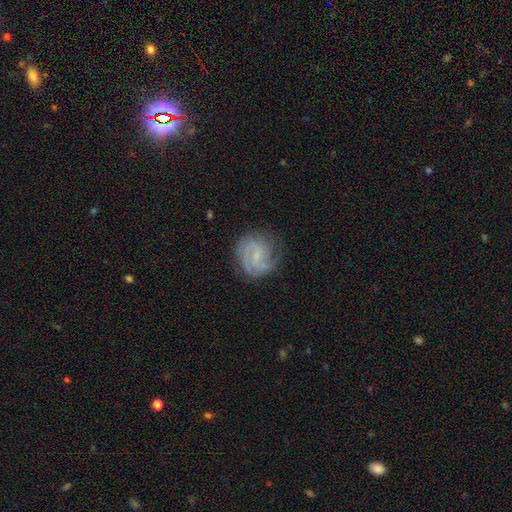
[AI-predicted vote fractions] smooth-or-featured: featured or disk: 73% | smooth: 20% | star or artifact: 7%
  disk-edge-on: no: 98% | yes: 2%
    bar: no: 48% | weak: 45% | strong: 7%
    has-spiral-arms: yes: 93% | no: 7%
      spiral-winding: tight: 47% | medium: 40% | loose: 13%
      spiral-arm-count: 2: 37% | can't tell: 26% | 3: 21% | 1: 7% | 4: 5% | more than 4: 4%
    bulge-size: small: 68% | none: 16% | moderate: 15% | large: 1% | dominant: 1%
  merging: none: 70% | minor disturbance: 19% | major disturbance: 9% | merger: 1%